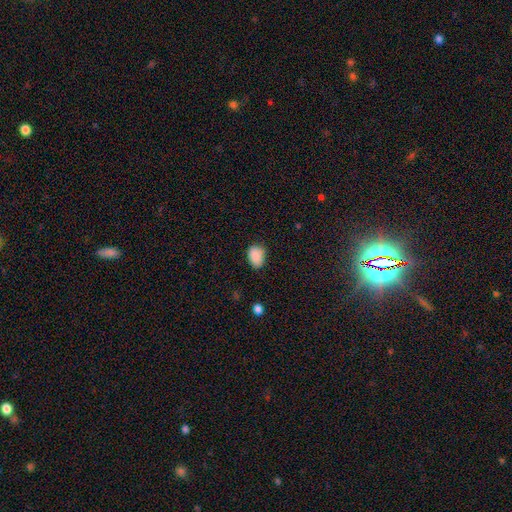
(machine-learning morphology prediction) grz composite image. It shows a smooth galaxy with no disk features (86%) that is in between round and cigar-shaped (72%). Merging: none (66%).